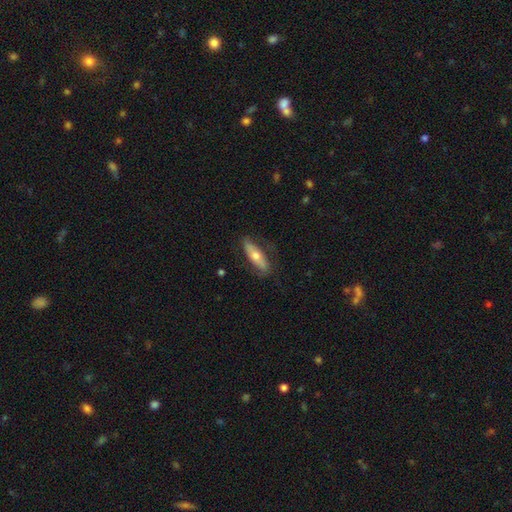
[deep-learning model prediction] Overall: smooth (50%; featured or disk 43%). How rounded: cigar-shaped (51%; in between 47%). Merging: none (74%).